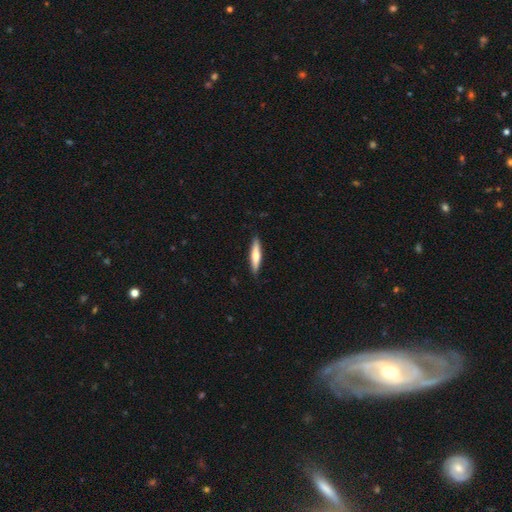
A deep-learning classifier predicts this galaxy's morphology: Overall: smooth (61%; featured or disk 34%). How rounded: cigar-shaped (83%). Merging: none (89%).